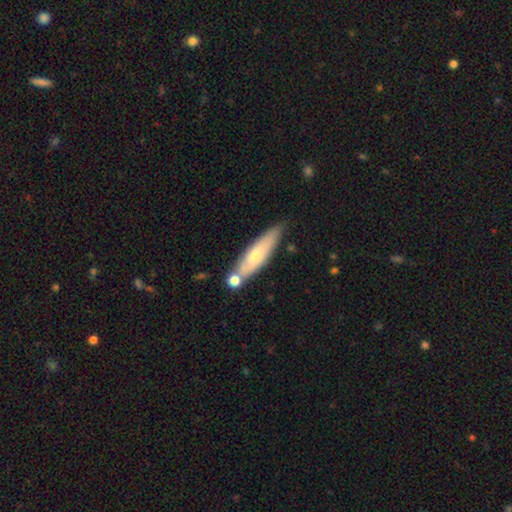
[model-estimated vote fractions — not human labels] This appears to be a smooth galaxy with no disk features (54%) that is cigar-shaped (71%). Merging: none (63%).